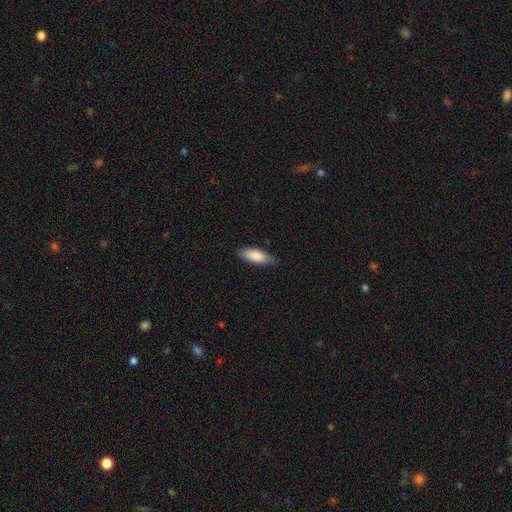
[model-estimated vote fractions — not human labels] Smooth or featured? smooth (85%)
How rounded? in between (66%)
Merging? none (83%)